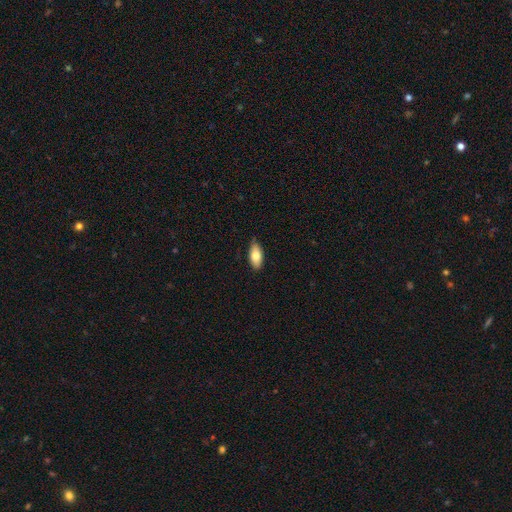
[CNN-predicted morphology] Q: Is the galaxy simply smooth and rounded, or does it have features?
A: smooth — 76%.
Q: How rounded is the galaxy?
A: in between — 88%.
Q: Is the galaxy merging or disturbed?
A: none — 82%.